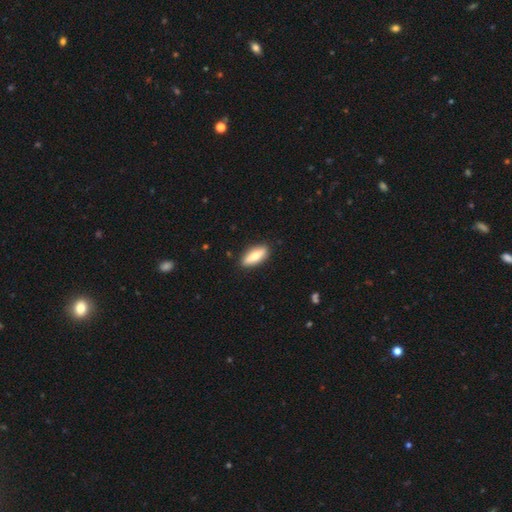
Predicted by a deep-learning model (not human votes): Smooth or featured?
  - smooth: 76% *
  - featured or disk: 18%
  - star or artifact: 5%
How rounded?
  - in between: 67% *
  - cigar-shaped: 31%
  - round: 2%
Merging?
  - none: 88% *
  - minor disturbance: 9%
  - major disturbance: 2%
  - merger: 1%